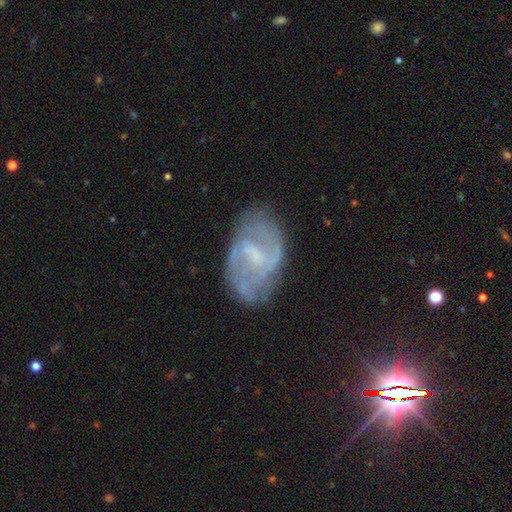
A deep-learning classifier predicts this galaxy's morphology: type=featured or disk (75%); edge-on=no (96%); bar=weak (57%); spiral arms=yes (81%); winding=medium (43%); arm count=2 (55%); bulge=small (42%); merging=none (65%).